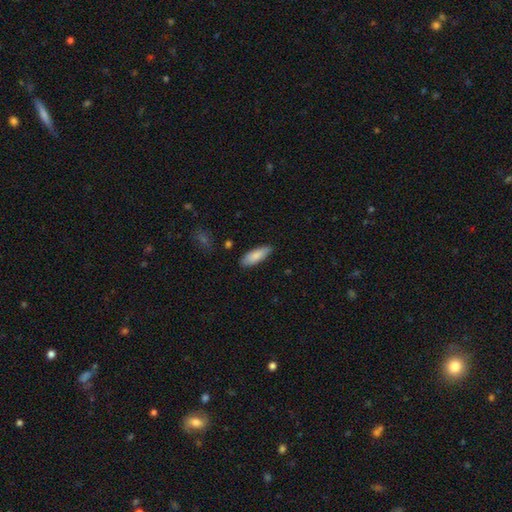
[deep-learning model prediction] This is clearly a smooth galaxy (85%). How rounded: likely in between (70%). Merging: clearly none (83%).